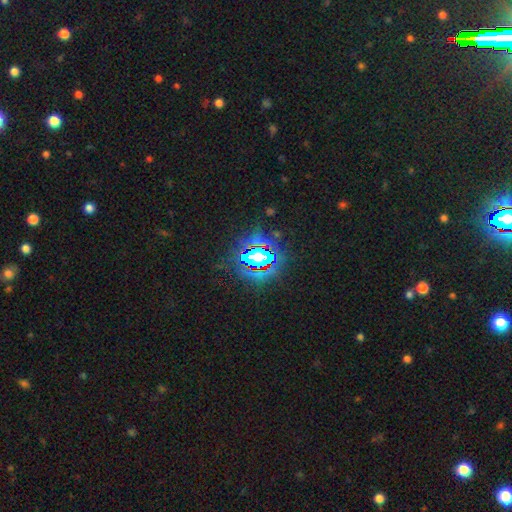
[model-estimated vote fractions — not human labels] Q: Smooth or featured?
A: star or artifact (66%); runner-up: smooth (22%)